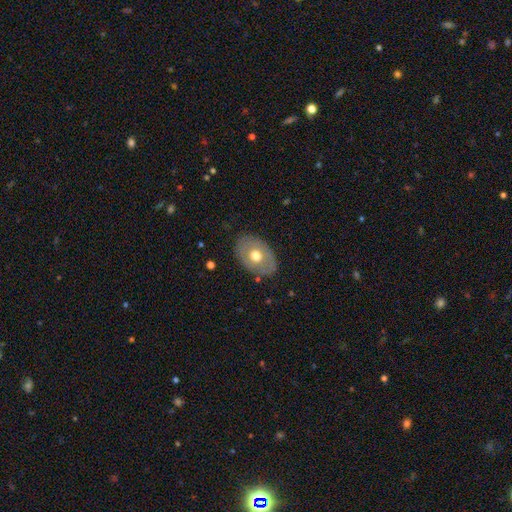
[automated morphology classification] Smooth or featured? smooth (54%)
How rounded? in between (79%)
Merging? none (82%)